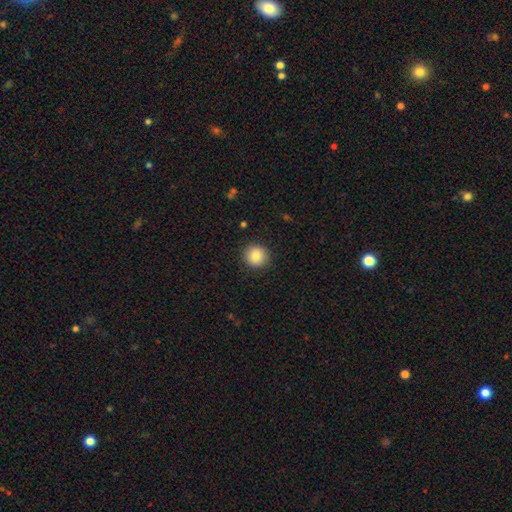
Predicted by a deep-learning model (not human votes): The model was most divided on "smooth or featured": smooth: 85%, star or artifact: 9%, featured or disk: 6%. More confident: how rounded — round (92%); merging — none (91%).